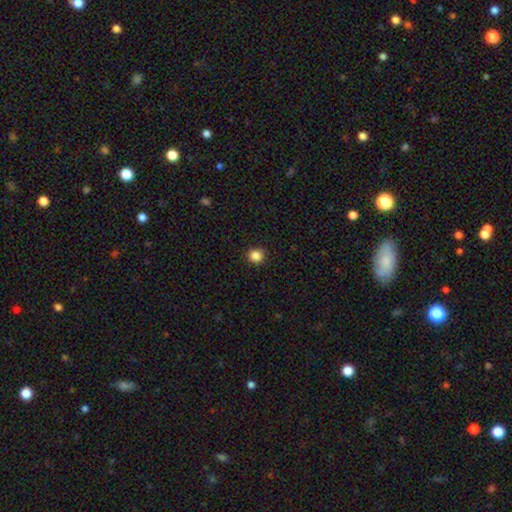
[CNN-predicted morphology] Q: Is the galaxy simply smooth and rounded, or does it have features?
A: smooth — 86%.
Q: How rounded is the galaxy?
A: round — 91%.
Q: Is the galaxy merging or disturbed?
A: none — 92%.